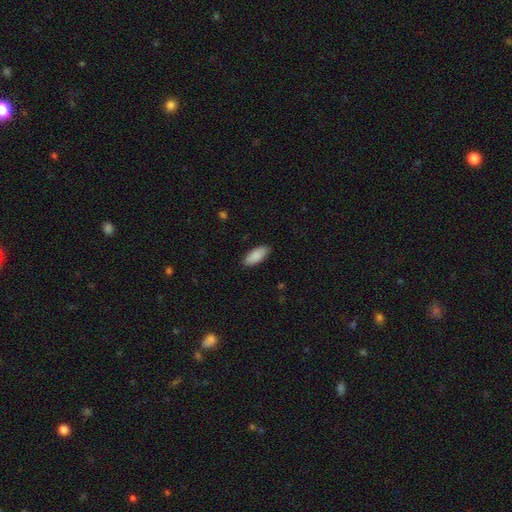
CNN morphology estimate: Q: Smooth or featured?
A: smooth (89%); runner-up: featured or disk (6%)
Q: How rounded?
A: in between (82%); runner-up: cigar-shaped (17%)
Q: Merging?
A: none (88%); runner-up: minor disturbance (9%)